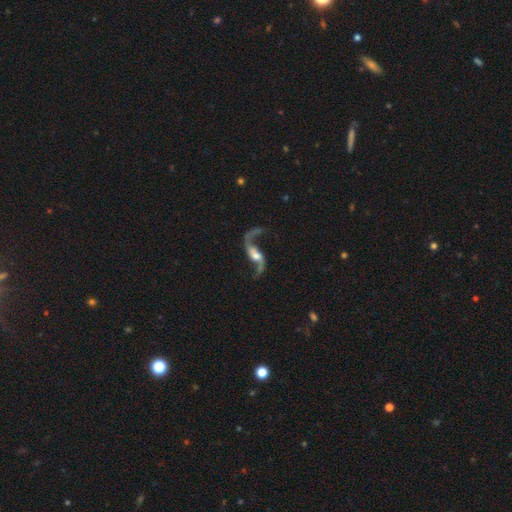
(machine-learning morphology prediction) type=featured or disk (89%); edge-on=no (93%); bar=no (41%); spiral arms=yes (96%); winding=loose (92%); arm count=2 (93%); bulge=moderate (52%); merging=none (72%).